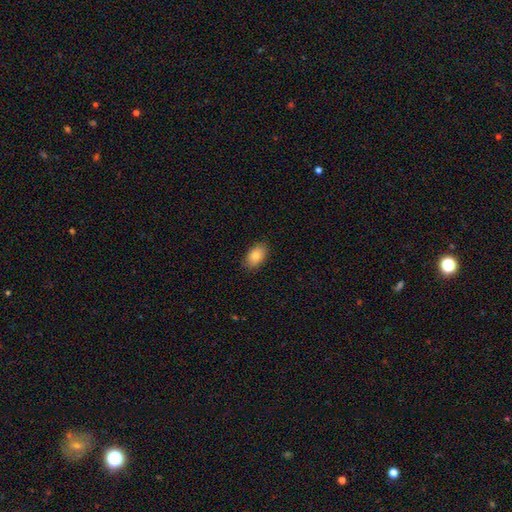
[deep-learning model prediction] The model was most divided on "smooth or featured": smooth: 82%, featured or disk: 11%, star or artifact: 7%. More confident: how rounded — in between (90%); merging — none (87%).